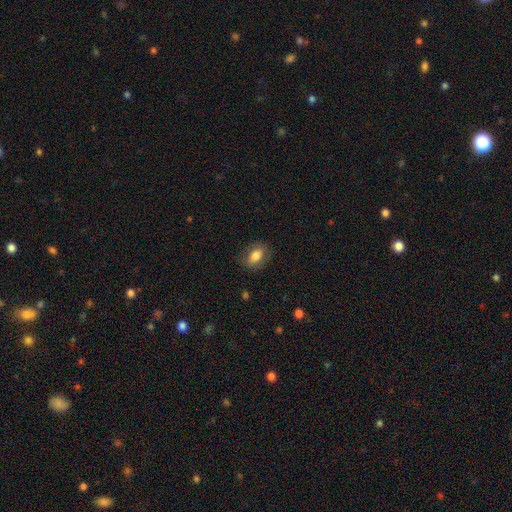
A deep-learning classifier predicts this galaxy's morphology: Q: Smooth or featured?
A: smooth (80%); runner-up: featured or disk (12%)
Q: How rounded?
A: in between (80%); runner-up: round (18%)
Q: Merging?
A: none (80%); runner-up: minor disturbance (14%)